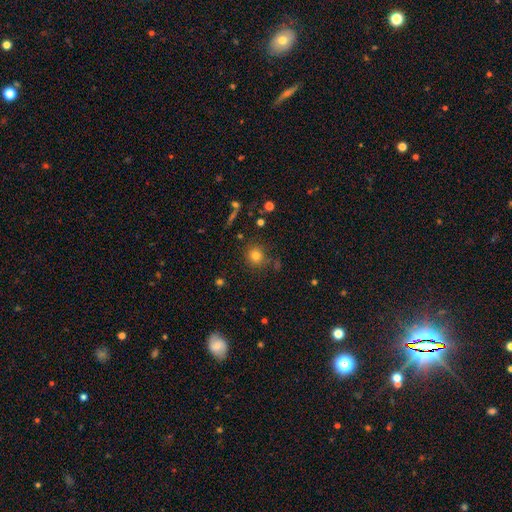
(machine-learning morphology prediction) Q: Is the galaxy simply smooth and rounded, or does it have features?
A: smooth — 78%.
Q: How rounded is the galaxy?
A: round — 90%.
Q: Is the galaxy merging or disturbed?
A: none — 82%.